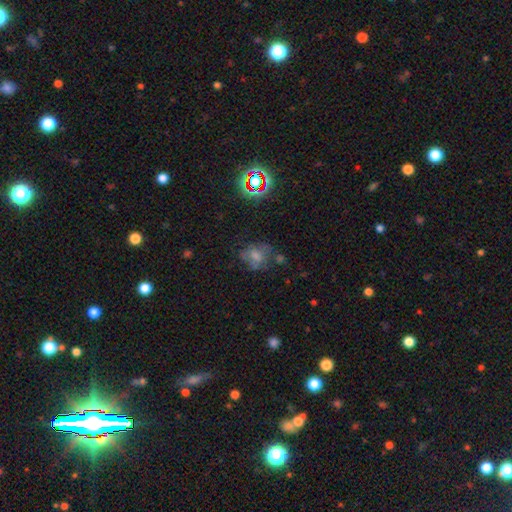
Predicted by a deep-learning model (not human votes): Overall: smooth (38%; star or artifact 33%). Merging: none (57%; minor disturbance 23%).